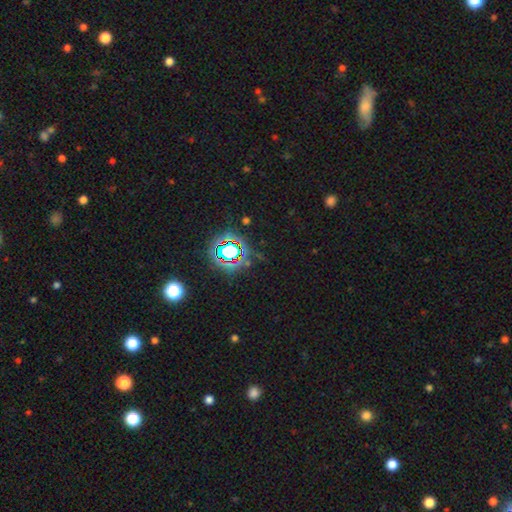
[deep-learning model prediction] Q: Smooth or featured?
A: star or artifact (78%); runner-up: smooth (13%)